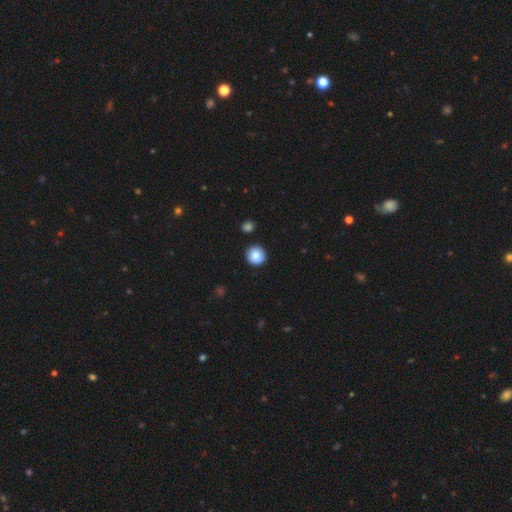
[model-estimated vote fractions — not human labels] Smooth or featured?
  - smooth: 86% *
  - star or artifact: 8%
  - featured or disk: 6%
How rounded?
  - round: 94% *
  - in between: 5%
  - cigar-shaped: 1%
Merging?
  - none: 90% *
  - minor disturbance: 6%
  - merger: 2%
  - major disturbance: 2%